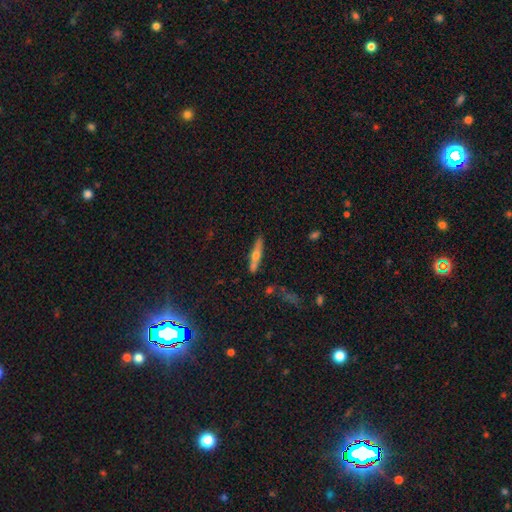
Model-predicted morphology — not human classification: Smooth or featured: featured or disk — 51% (smooth — 42%)
Edge-on disk: yes — 91% (no — 9%)
Merging: none — 79% (minor disturbance — 12%)